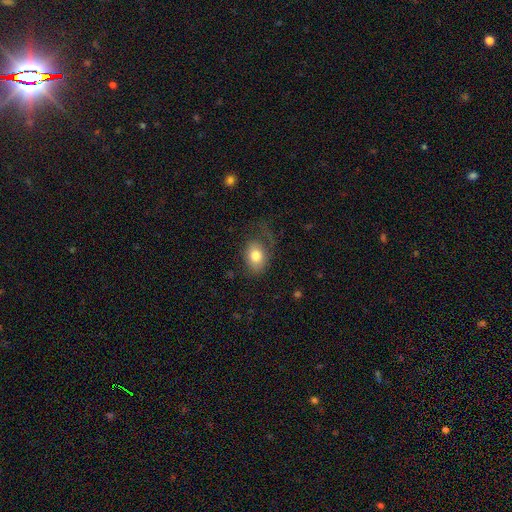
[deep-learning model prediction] Smooth or featured: smooth — 76% (featured or disk — 16%)
How rounded: in between — 74% (round — 25%)
Merging: none — 54% (minor disturbance — 23%)